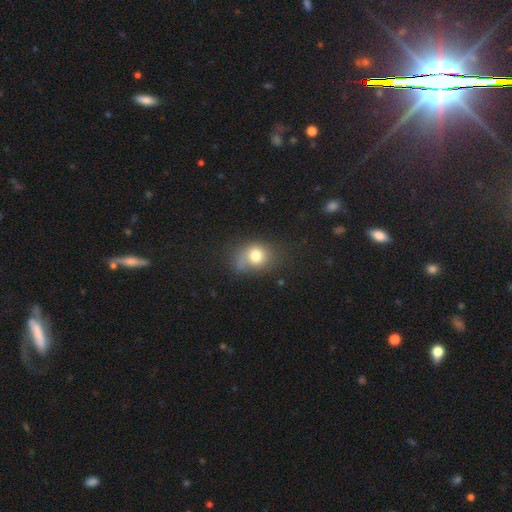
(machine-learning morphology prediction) smooth_or_featured: smooth (p=0.75) [alt: featured or disk p=0.14]
how_rounded: round (p=0.52) [alt: in between p=0.47]
merging: none (p=0.45) [alt: minor disturbance p=0.29]